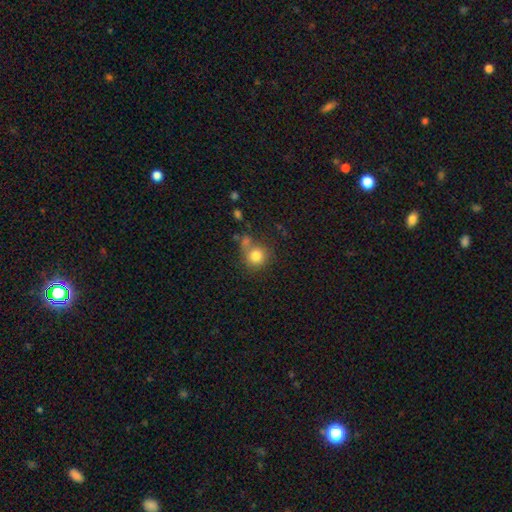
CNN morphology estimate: This appears to be a smooth galaxy with no disk features (82%) that is round (87%). Merging: none (56%).